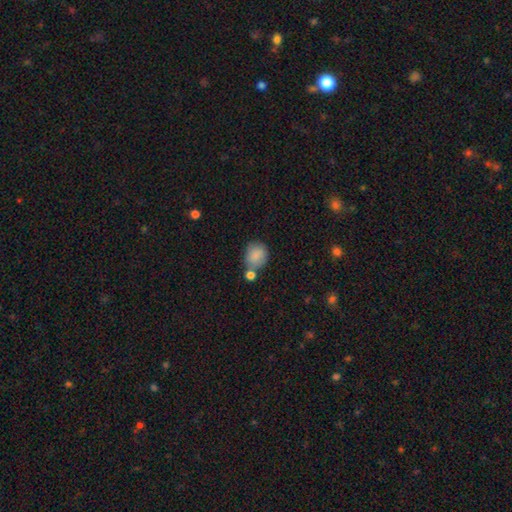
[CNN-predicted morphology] smooth-or-featured: smooth: 85% | star or artifact: 8% | featured or disk: 7%
  how-rounded: round: 67% | in between: 32% | cigar-shaped: 1%
  merging: none: 56% | merger: 23% | minor disturbance: 17% | major disturbance: 5%